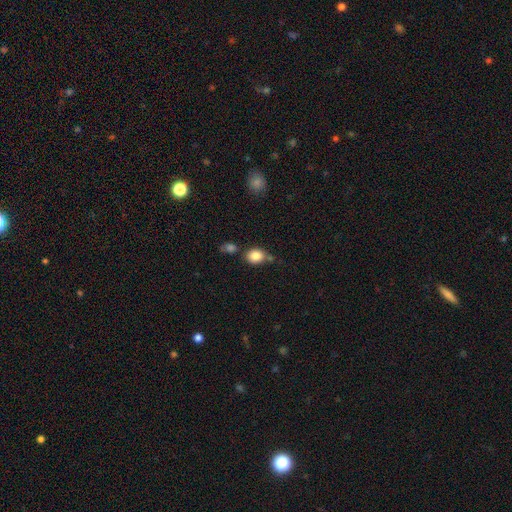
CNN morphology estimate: The model was most divided on "how rounded": round: 55%, in between: 44%, cigar-shaped: 1%. More confident: smooth or featured — smooth (84%); merging — none (63%).